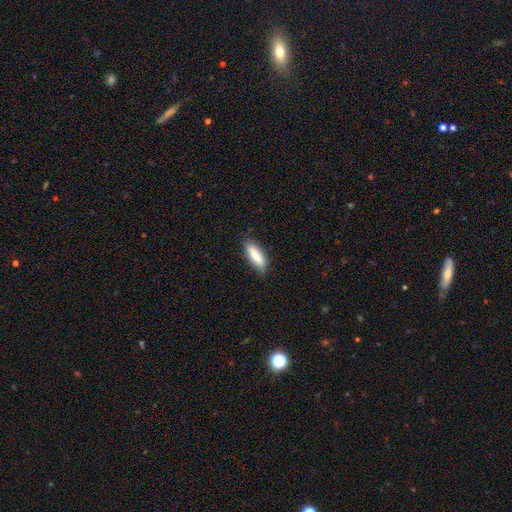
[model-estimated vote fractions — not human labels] A smooth galaxy with no disk features (81%) that is cigar-shaped (51%). Merging: none (80%).